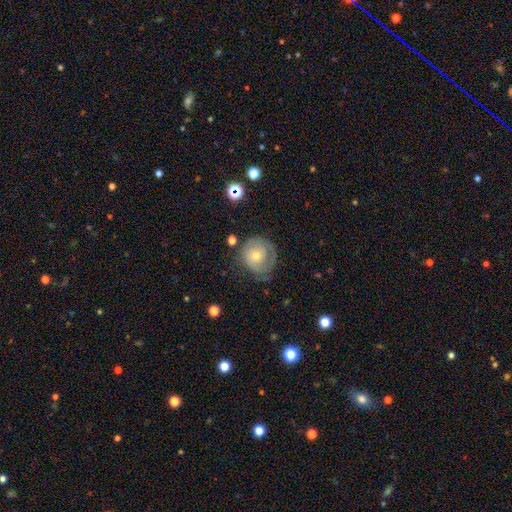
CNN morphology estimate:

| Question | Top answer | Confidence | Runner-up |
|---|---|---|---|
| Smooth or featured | featured or disk | 47% | smooth (45%) |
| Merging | none | 55% | minor disturbance (26%) |